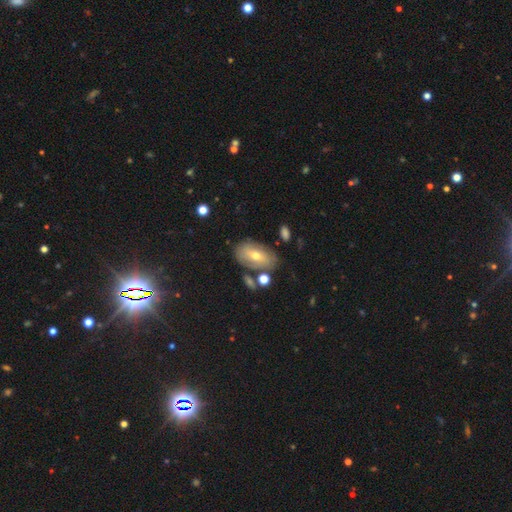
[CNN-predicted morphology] Smooth or featured?
  - smooth: 50% *
  - featured or disk: 41%
  - star or artifact: 9%
How rounded?
  - in between: 88% *
  - round: 9%
  - cigar-shaped: 3%
Merging?
  - none: 66% *
  - minor disturbance: 18%
  - merger: 9%
  - major disturbance: 6%